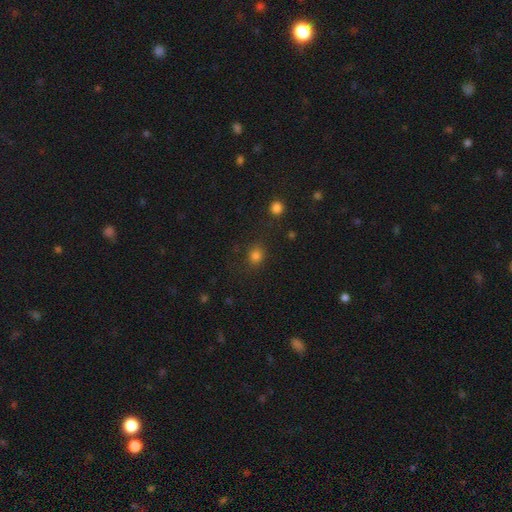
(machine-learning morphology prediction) smooth 80%, star or artifact 15%, featured or disk 5%. Down the decision tree: how rounded — round (68%); merging — none (79%).